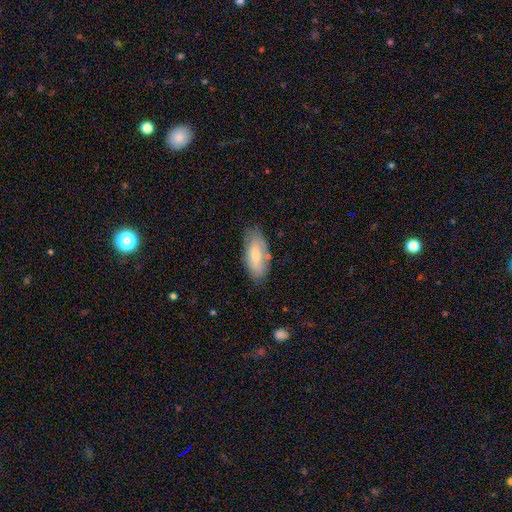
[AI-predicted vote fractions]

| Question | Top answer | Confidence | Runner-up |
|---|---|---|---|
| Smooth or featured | smooth | 69% | featured or disk (24%) |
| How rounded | in between | 87% | cigar-shaped (11%) |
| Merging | none | 74% | minor disturbance (19%) |